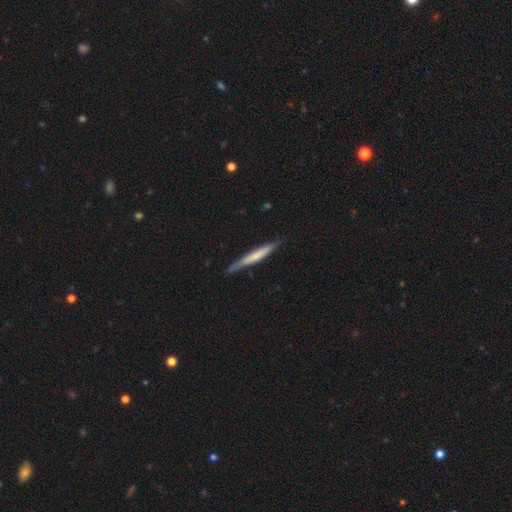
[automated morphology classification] A smooth galaxy with no disk features (55%) that is cigar-shaped (96%). Merging: none (84%).